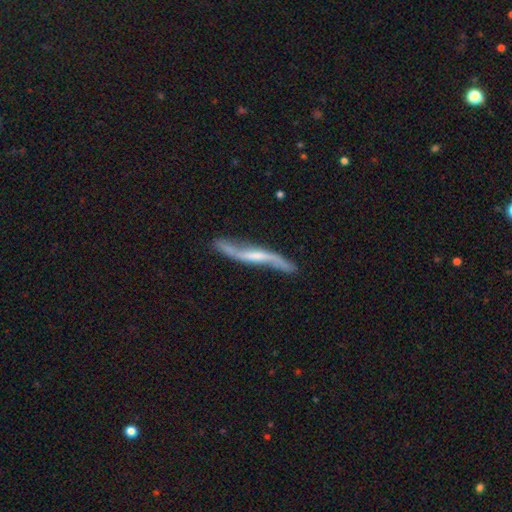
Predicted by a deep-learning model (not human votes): This appears to be a featured or disk galaxy (84%) with a weak bar (41%), spiral arms (95%) and a small central bulge (47%). Merging: none (76%).